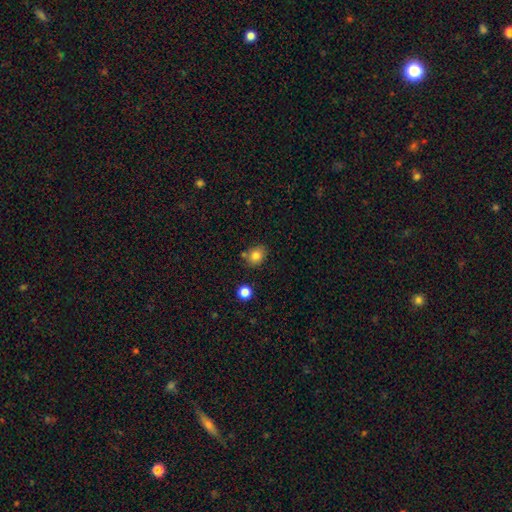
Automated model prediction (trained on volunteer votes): A smooth galaxy with no disk features (82%) that is round (57%). Merging: none (75%).